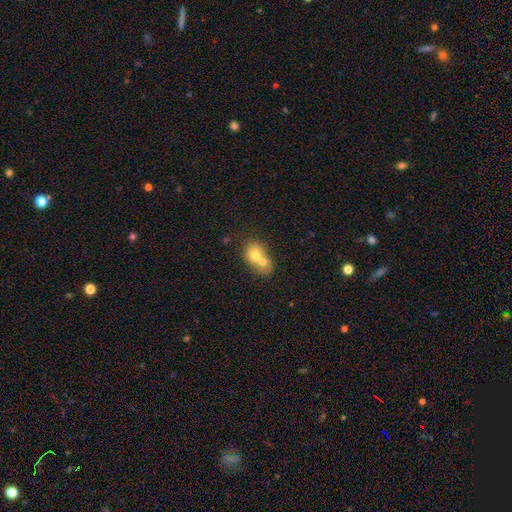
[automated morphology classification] Overall: smooth (68%). How rounded: round (54%; in between 45%). Merging: merger (71%).